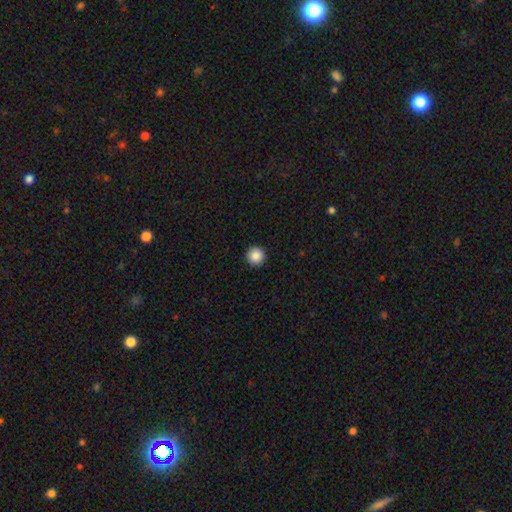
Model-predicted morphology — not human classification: smooth_or_featured: smooth (p=0.86) [alt: star or artifact p=0.09]
how_rounded: round (p=0.97) [alt: in between p=0.02]
merging: none (p=0.94) [alt: minor disturbance p=0.04]